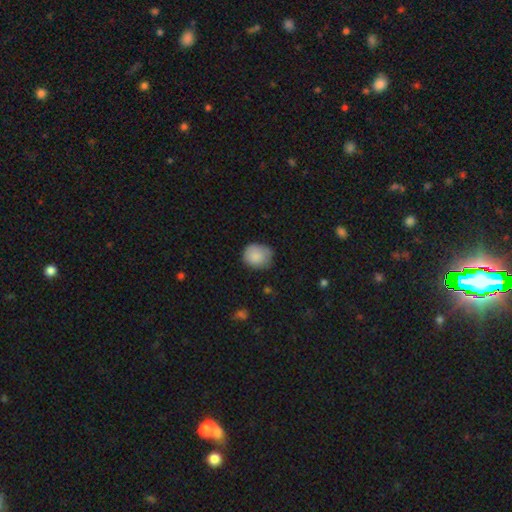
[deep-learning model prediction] The model was most divided on "merging": none: 63%, minor disturbance: 29%, major disturbance: 6%, merger: 2%. More confident: smooth or featured — smooth (85%); how rounded — round (68%).